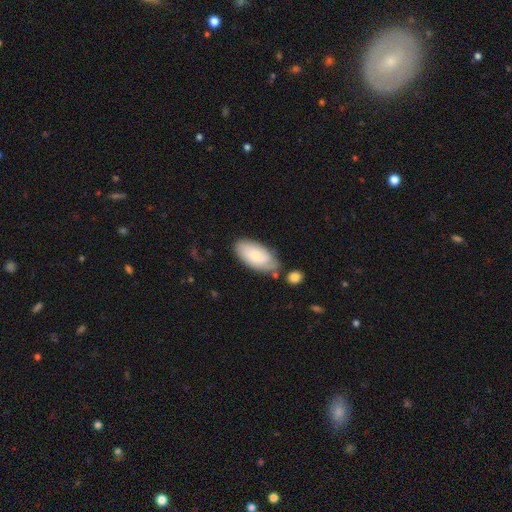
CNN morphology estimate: type=smooth (71%); roundness=in between (93%); merging=none (66%).